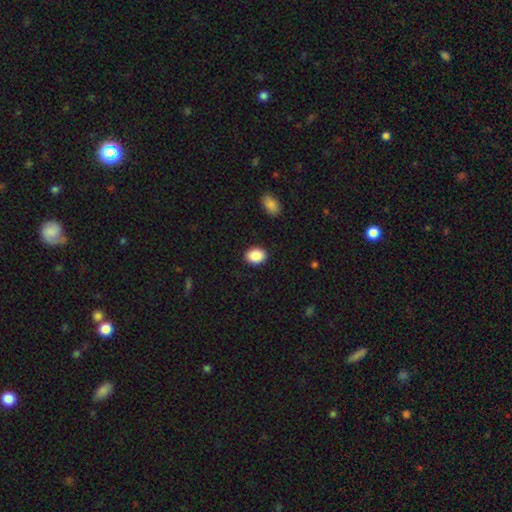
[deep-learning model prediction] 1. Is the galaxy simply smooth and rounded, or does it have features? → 89% smooth, 7% star or artifact, 4% featured or disk.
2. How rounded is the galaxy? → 63% in between, 36% round, 1% cigar-shaped.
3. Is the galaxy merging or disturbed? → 90% none, 7% minor disturbance, 2% major disturbance, 1% merger.